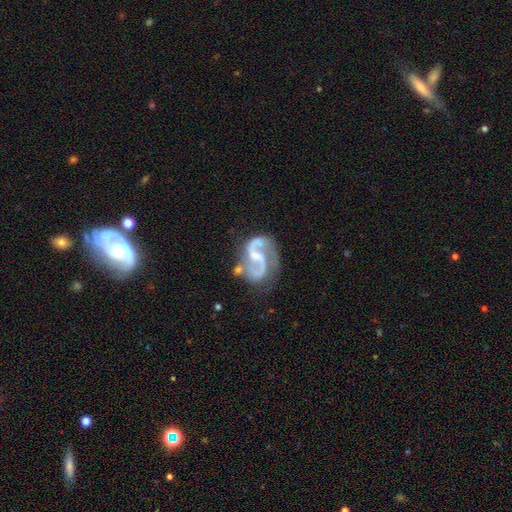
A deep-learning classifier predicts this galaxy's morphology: Smooth or featured? featured or disk (91%)
Edge-on disk? no (98%)
Bar? weak (44%)
Spiral arms? yes (98%)
Spiral winding? medium (56%)
Spiral arm count? 2 (93%)
Bulge size? small (57%)
Merging? none (60%)